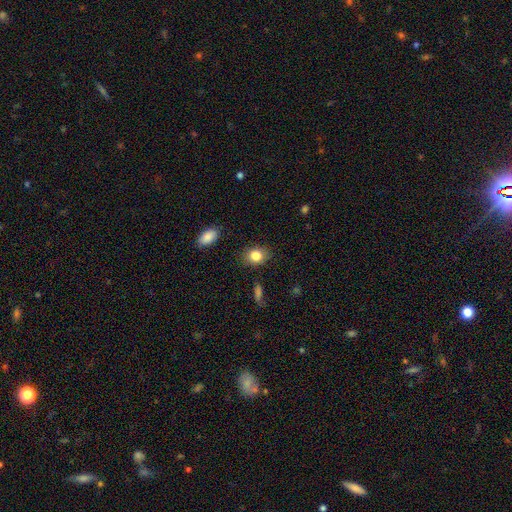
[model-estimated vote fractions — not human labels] A smooth galaxy with no disk features (83%) that is in between round and cigar-shaped (54%).

Vote fractions:
- Smooth or featured? smooth: 83% / star or artifact: 9% / featured or disk: 7%
- How rounded? in between: 54% / round: 45% / cigar-shaped: 1%
- Merging? none: 85% / minor disturbance: 11% / major disturbance: 3% / merger: 2%